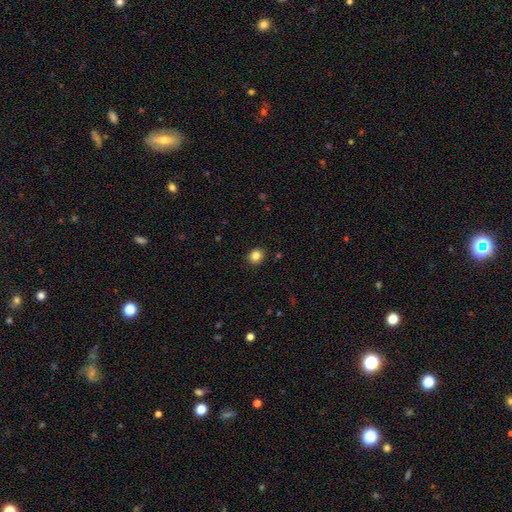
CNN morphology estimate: smooth-or-featured: smooth: 85% | star or artifact: 11% | featured or disk: 5%
  how-rounded: round: 70% | in between: 29% | cigar-shaped: 1%
  merging: none: 90% | minor disturbance: 7% | major disturbance: 2% | merger: 1%